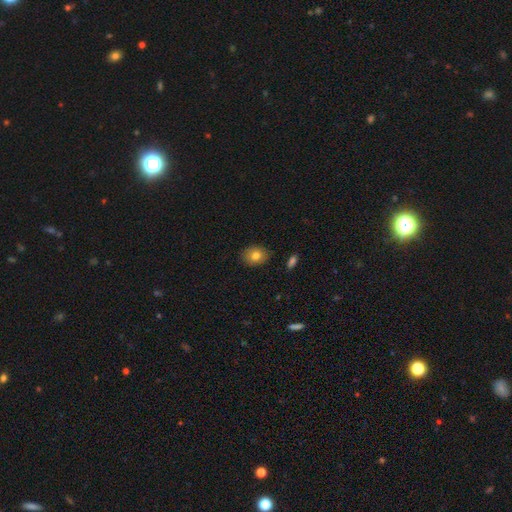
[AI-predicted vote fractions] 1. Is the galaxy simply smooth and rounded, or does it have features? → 77% smooth, 13% featured or disk, 9% star or artifact.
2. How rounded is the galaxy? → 55% in between, 44% round, 1% cigar-shaped.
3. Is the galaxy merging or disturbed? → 87% none, 10% minor disturbance, 2% major disturbance, 1% merger.